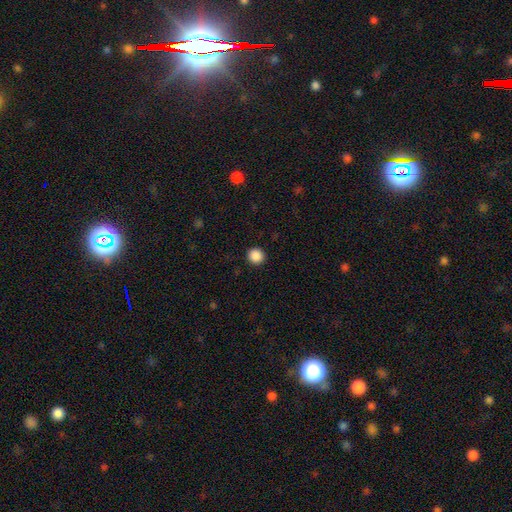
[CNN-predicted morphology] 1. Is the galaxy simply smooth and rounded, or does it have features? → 88% smooth, 10% star or artifact, 2% featured or disk.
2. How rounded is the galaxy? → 93% round, 6% in between, 1% cigar-shaped.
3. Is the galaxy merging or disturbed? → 92% none, 5% minor disturbance, 2% major disturbance, 1% merger.